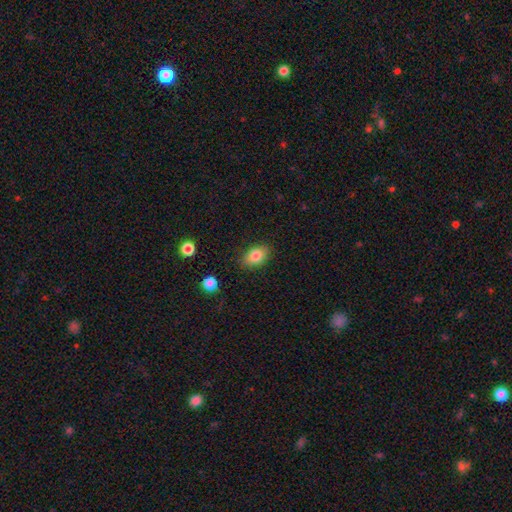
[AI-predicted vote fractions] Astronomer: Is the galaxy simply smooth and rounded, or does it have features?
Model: smooth — 83%.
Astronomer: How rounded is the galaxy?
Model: in between — 82%.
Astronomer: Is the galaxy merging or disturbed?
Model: none — 84%.